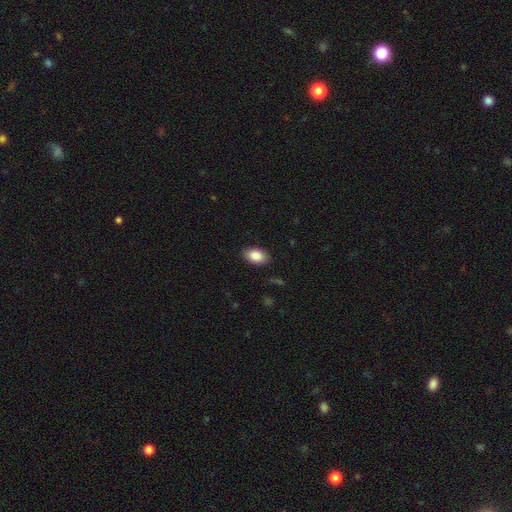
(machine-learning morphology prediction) smooth 87%, star or artifact 7%, featured or disk 6%. Down the decision tree: how rounded — in between (90%); merging — none (88%).